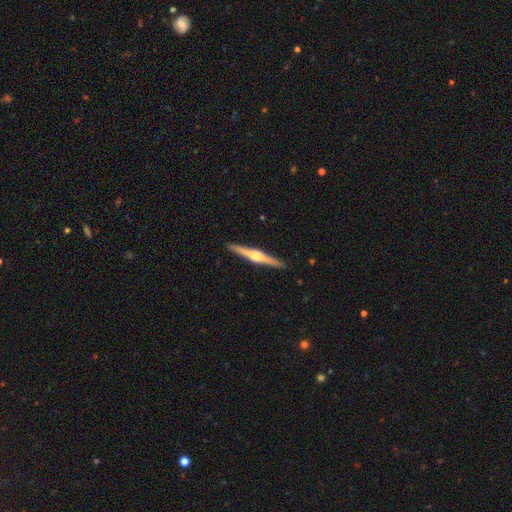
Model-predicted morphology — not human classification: smooth_or_featured: featured or disk (p=0.77) [alt: smooth p=0.18]
disk_edge_on: yes (p=0.98) [alt: no p=0.02]
edge_on_bulge: rounded (p=0.86) [alt: boxy p=0.10]
merging: none (p=0.92) [alt: minor disturbance p=0.06]